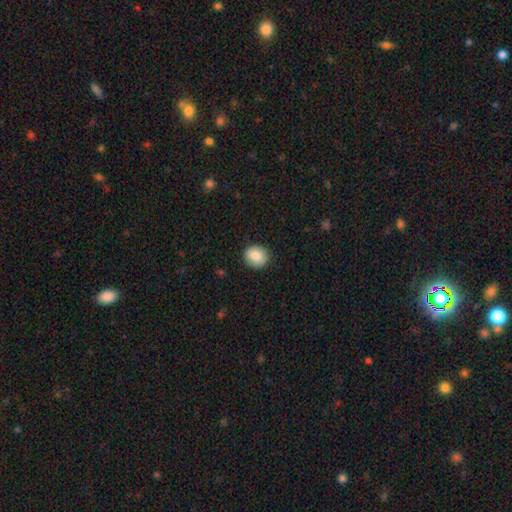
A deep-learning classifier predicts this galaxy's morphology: Smooth or featured? smooth (85%)
How rounded? round (80%)
Merging? none (89%)